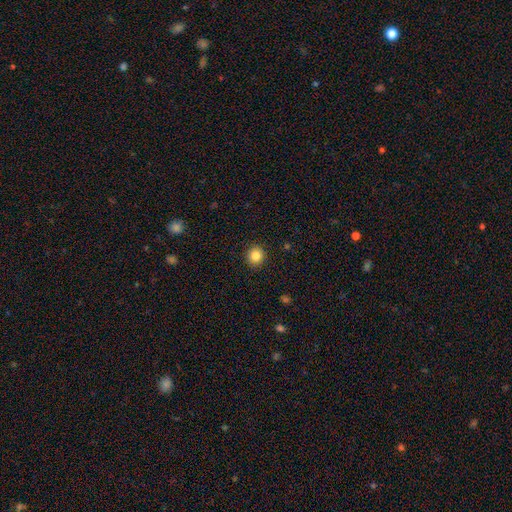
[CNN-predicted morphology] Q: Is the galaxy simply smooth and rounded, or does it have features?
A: smooth — 84%.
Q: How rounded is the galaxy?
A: round — 89%.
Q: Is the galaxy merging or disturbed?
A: none — 92%.